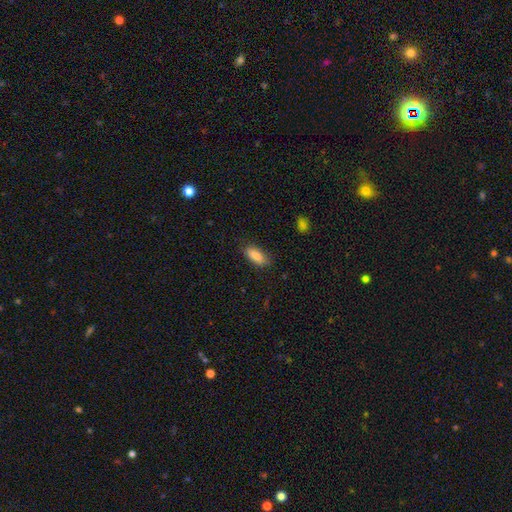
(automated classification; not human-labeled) Smooth or featured?
  - smooth: 83% *
  - featured or disk: 9%
  - star or artifact: 7%
How rounded?
  - in between: 77% *
  - cigar-shaped: 21%
  - round: 2%
Merging?
  - none: 81% *
  - minor disturbance: 15%
  - major disturbance: 3%
  - merger: 1%